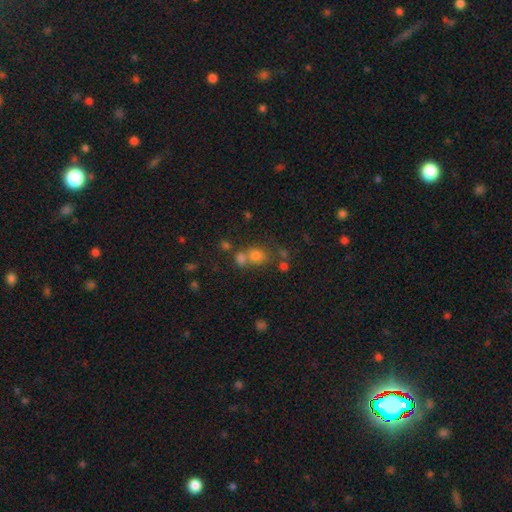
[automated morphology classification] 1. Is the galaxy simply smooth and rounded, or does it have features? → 71% smooth, 18% star or artifact, 11% featured or disk.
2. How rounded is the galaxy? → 64% round, 35% in between, 1% cigar-shaped.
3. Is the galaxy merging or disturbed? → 45% none, 40% merger, 10% minor disturbance, 5% major disturbance.